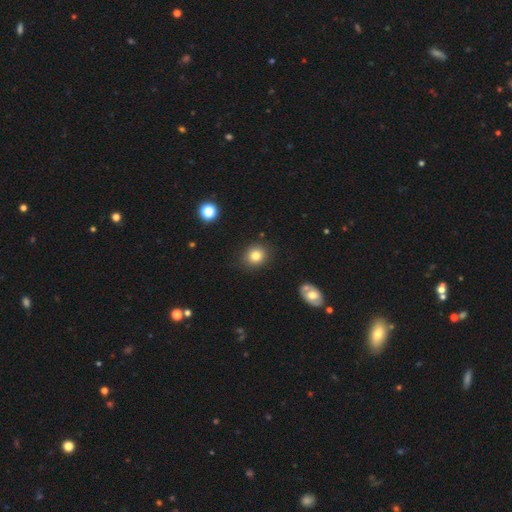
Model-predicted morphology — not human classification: smooth 80%, star or artifact 11%, featured or disk 9%. Down the decision tree: how rounded — round (76%); merging — none (86%).